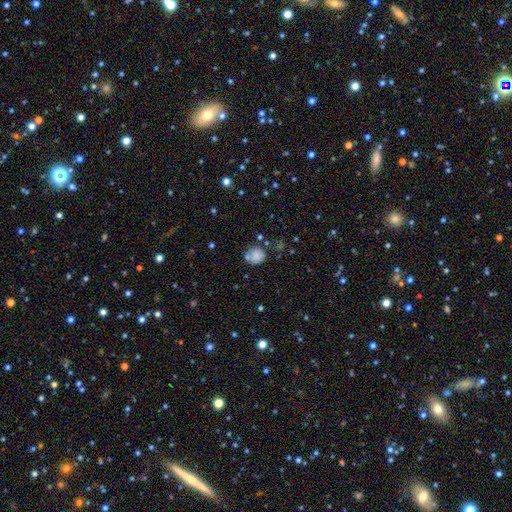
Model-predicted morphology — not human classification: Overall: smooth (81%). How rounded: round (83%). Merging: none (66%).